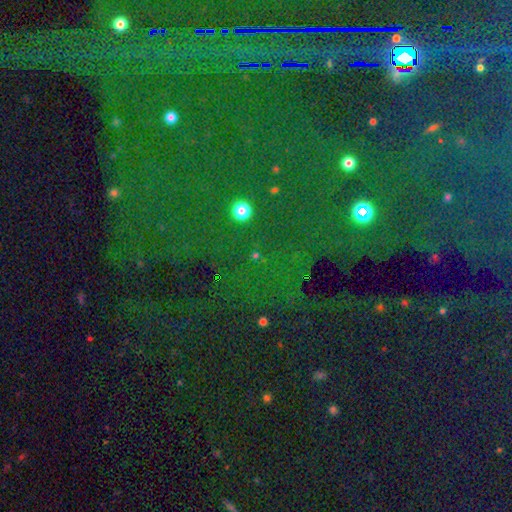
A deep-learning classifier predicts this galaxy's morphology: Smooth or featured? star or artifact (82%)